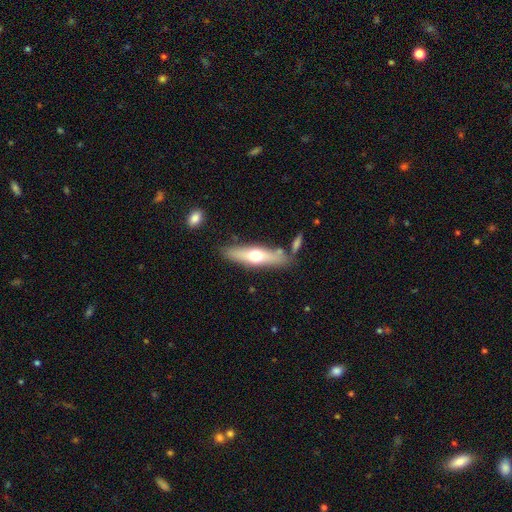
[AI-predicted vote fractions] smooth-or-featured: smooth: 48% | featured or disk: 47% | star or artifact: 6%
  merging: none: 77% | minor disturbance: 12% | merger: 8% | major disturbance: 3%